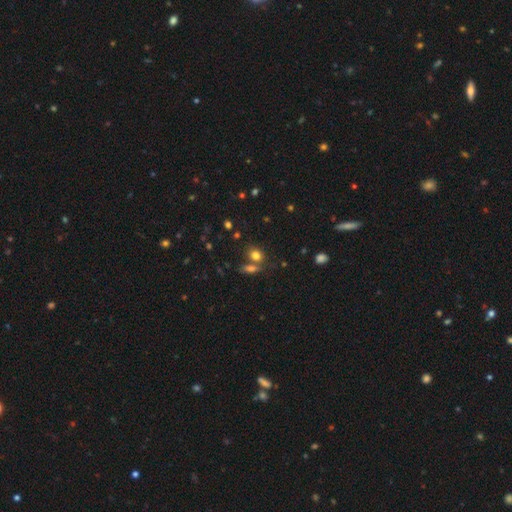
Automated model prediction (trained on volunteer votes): Smooth or featured? smooth (78%)
How rounded? in between (54%)
Merging? none (58%)